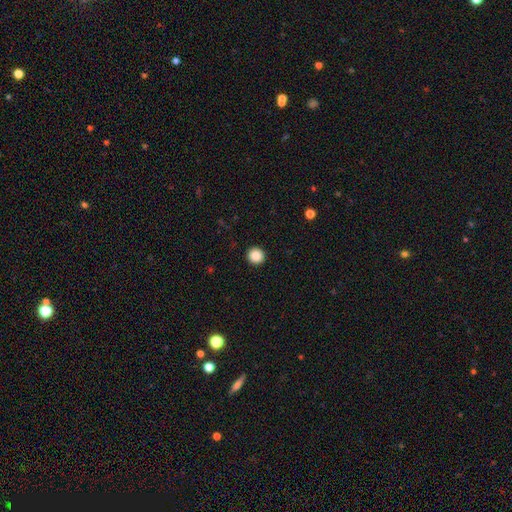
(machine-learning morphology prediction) Smooth or featured: smooth — 88% (star or artifact — 9%)
How rounded: round — 95% (in between — 5%)
Merging: none — 93% (minor disturbance — 4%)